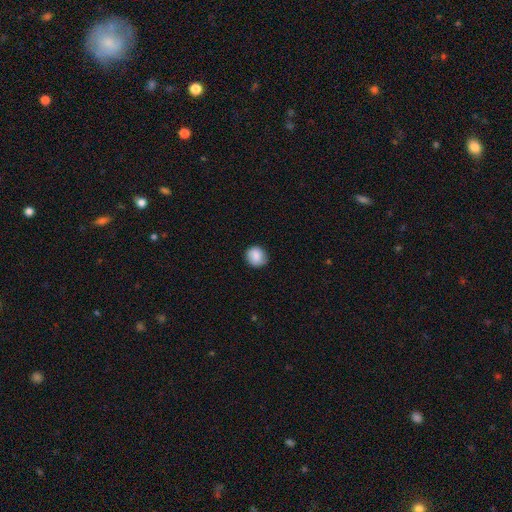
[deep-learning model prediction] Smooth or featured? Predicted: smooth (p=0.84). How rounded? Predicted: round (p=0.84). Merging? Predicted: none (p=0.84).